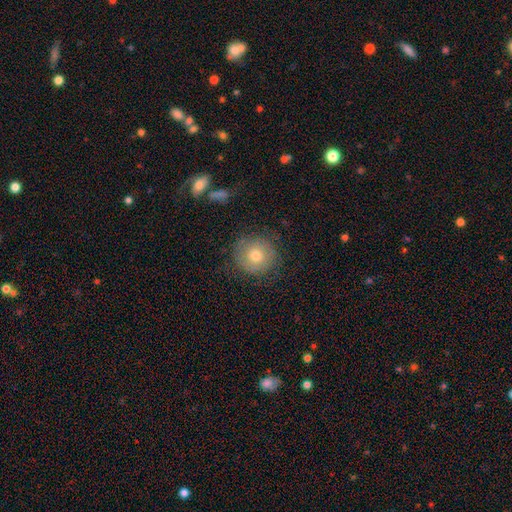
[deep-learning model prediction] Overall: smooth (65%; featured or disk 26%). How rounded: round (92%). Merging: none (80%).